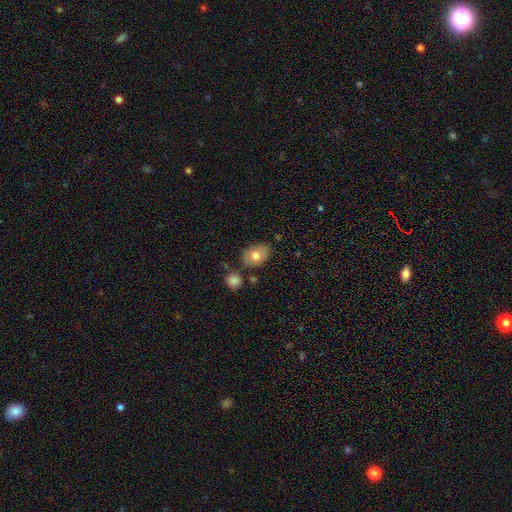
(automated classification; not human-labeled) smooth 75%, featured or disk 17%, star or artifact 8%. Down the decision tree: how rounded — in between (72%); merging — none (71%).